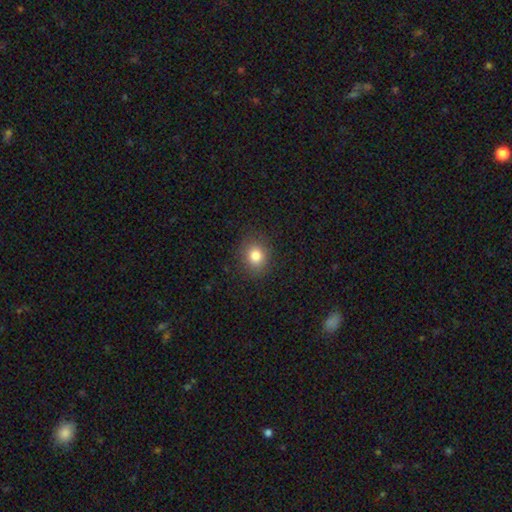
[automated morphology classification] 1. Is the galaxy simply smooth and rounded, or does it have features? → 82% smooth, 11% star or artifact, 6% featured or disk.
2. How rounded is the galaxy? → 72% round, 27% in between, 1% cigar-shaped.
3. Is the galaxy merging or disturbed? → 88% none, 8% minor disturbance, 3% major disturbance, 1% merger.